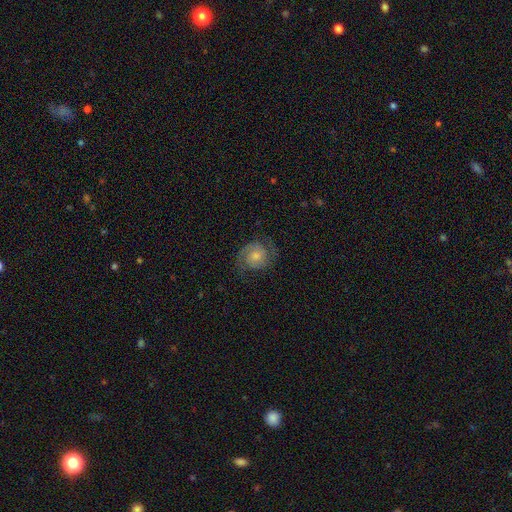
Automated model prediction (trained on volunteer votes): Smooth or featured? featured or disk (75%)
Edge-on disk? no (98%)
Bar? no (72%)
Spiral arms? yes (95%)
Spiral winding? tight (45%)
Spiral arm count? 2 (84%)
Bulge size? moderate (47%)
Merging? none (76%)